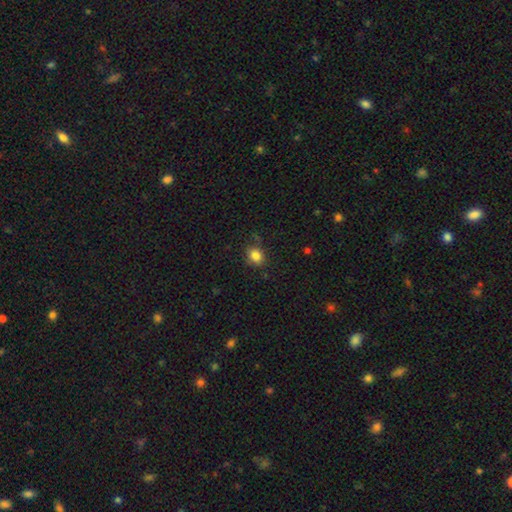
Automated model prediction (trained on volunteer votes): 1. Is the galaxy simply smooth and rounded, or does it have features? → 83% smooth, 11% star or artifact, 5% featured or disk.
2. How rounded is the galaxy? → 63% round, 36% in between, 1% cigar-shaped.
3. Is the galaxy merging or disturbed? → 80% none, 14% minor disturbance, 3% major disturbance, 2% merger.